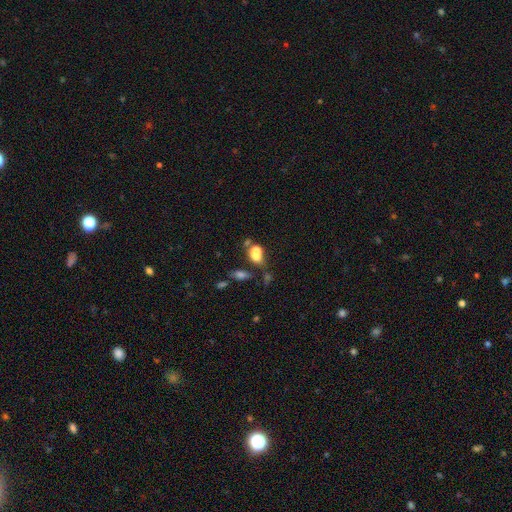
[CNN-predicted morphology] type=smooth (73%); roundness=in between (78%); merging=none (36%).